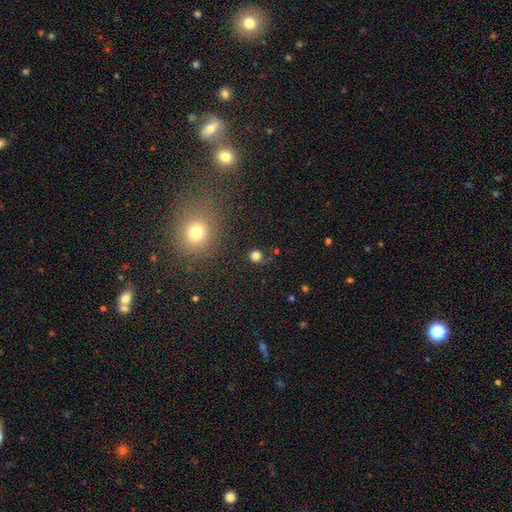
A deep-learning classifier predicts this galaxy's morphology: Smooth or featured: smooth — 80% (star or artifact — 15%)
How rounded: round — 90% (in between — 9%)
Merging: none — 86% (minor disturbance — 8%)